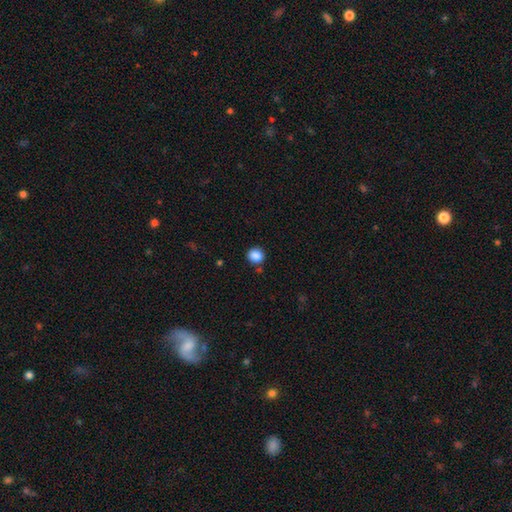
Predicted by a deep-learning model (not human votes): The model was most divided on "how rounded": round: 84%, in between: 15%, cigar-shaped: 1%. More confident: smooth or featured — smooth (87%); merging — none (85%).